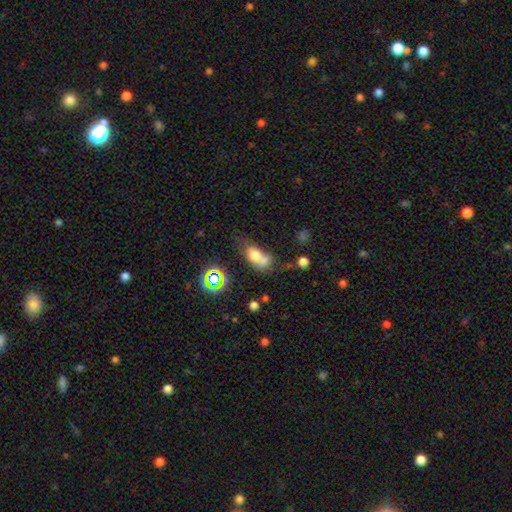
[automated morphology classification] type=smooth (66%); roundness=in between (72%); merging=merger (45%).